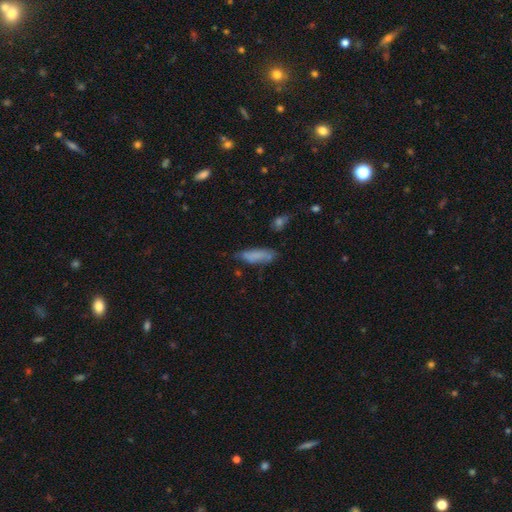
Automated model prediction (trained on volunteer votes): smooth 75%, featured or disk 16%, star or artifact 9%. Down the decision tree: how rounded — cigar-shaped (52%); merging — none (62%).